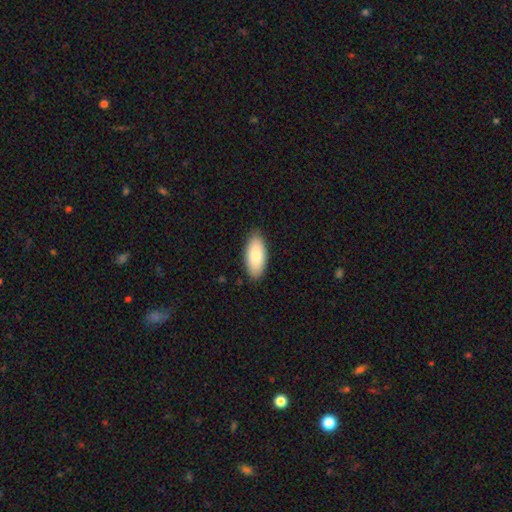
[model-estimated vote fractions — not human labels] A smooth galaxy with no disk features (84%) that is in between round and cigar-shaped (91%).

Vote fractions:
- Smooth or featured? smooth: 84% / featured or disk: 11% / star or artifact: 6%
- How rounded? in between: 91% / cigar-shaped: 7% / round: 2%
- Merging? none: 87% / minor disturbance: 10% / major disturbance: 2% / merger: 1%